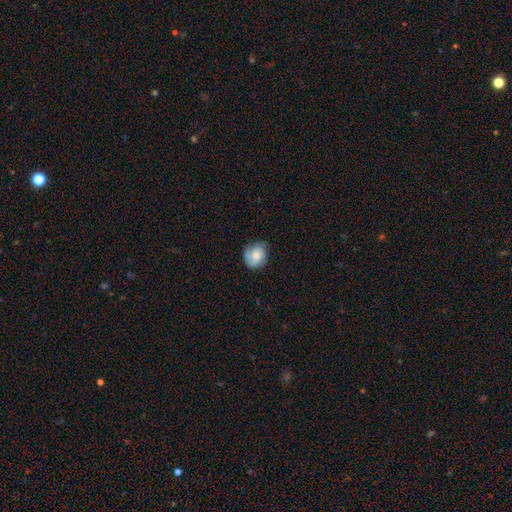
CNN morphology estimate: Overall: featured or disk (48%; smooth 44%). Merging: none (67%).